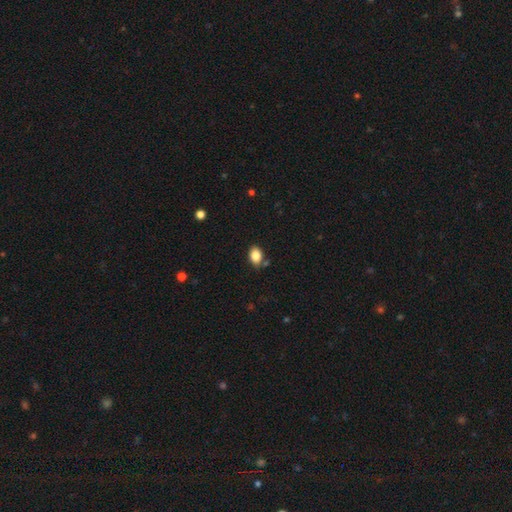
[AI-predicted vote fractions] A smooth galaxy with no disk features (85%) that is in between round and cigar-shaped (82%). Merging: none (77%).